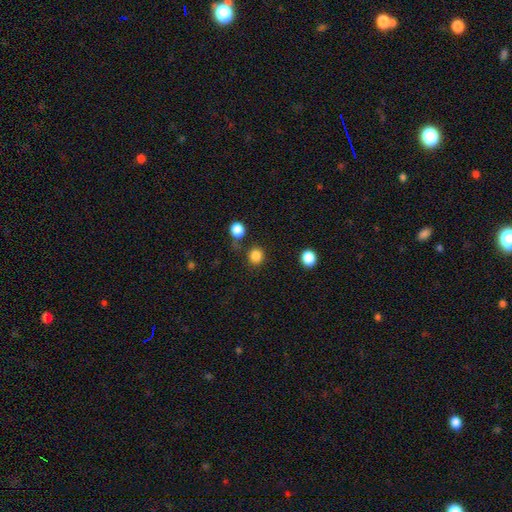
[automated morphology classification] Smooth or featured?
  - smooth: 85% *
  - star or artifact: 12%
  - featured or disk: 4%
How rounded?
  - round: 86% *
  - in between: 13%
  - cigar-shaped: 1%
Merging?
  - none: 83% *
  - minor disturbance: 8%
  - merger: 6%
  - major disturbance: 3%